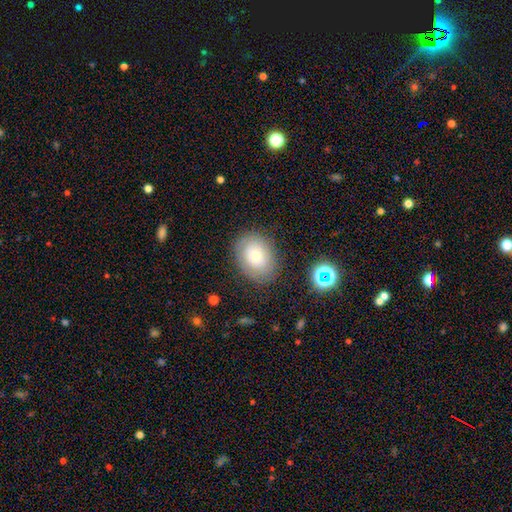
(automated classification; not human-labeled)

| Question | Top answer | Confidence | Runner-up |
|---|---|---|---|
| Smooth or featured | smooth | 67% | featured or disk (22%) |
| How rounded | in between | 54% | round (46%) |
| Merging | none | 80% | minor disturbance (13%) |